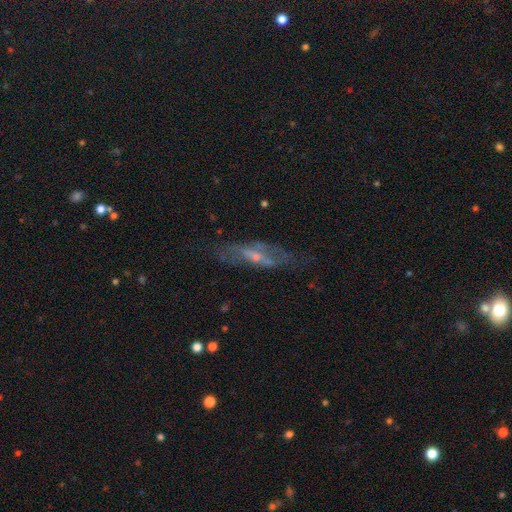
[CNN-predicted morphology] Q: Smooth or featured?
A: featured or disk (65%); runner-up: smooth (26%)
Q: Edge-on disk?
A: no (61%); runner-up: yes (39%)
Q: Merging?
A: none (62%); runner-up: minor disturbance (22%)